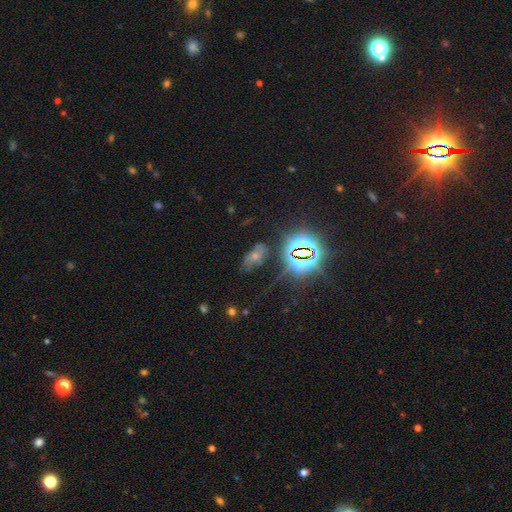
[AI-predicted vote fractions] Morphology: type=star or artifact (40%).